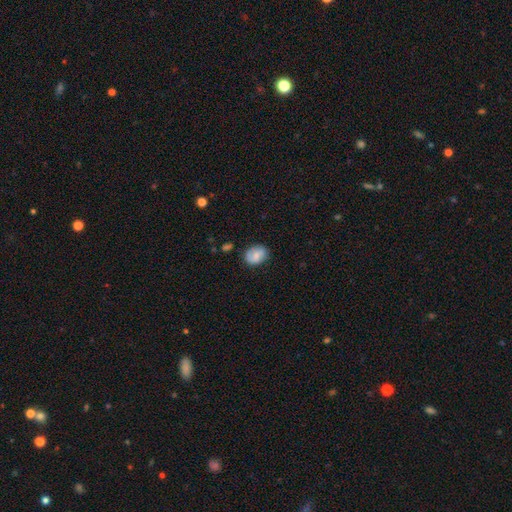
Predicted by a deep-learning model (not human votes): Smooth or featured?
  - smooth: 62% *
  - featured or disk: 30%
  - star or artifact: 8%
How rounded?
  - in between: 55% *
  - round: 44%
  - cigar-shaped: 1%
Merging?
  - none: 73% *
  - minor disturbance: 20%
  - major disturbance: 5%
  - merger: 2%